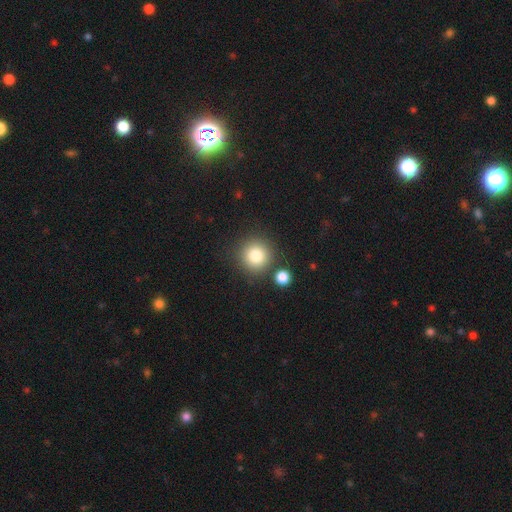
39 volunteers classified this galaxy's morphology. type=smooth (82%); roundness=round (100%); merging=none (60%).